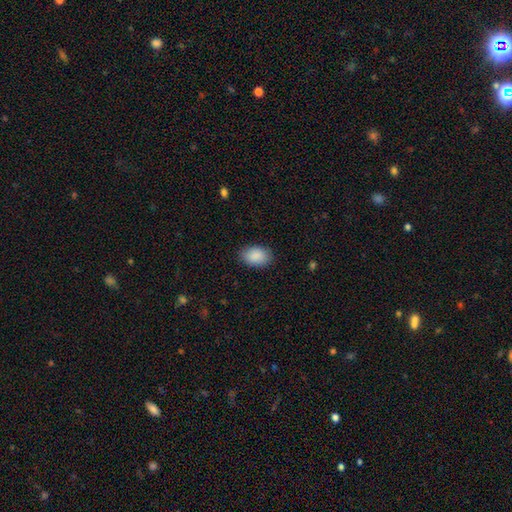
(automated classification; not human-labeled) The model was most divided on "merging": none: 86%, minor disturbance: 10%, major disturbance: 3%, merger: 1%. More confident: smooth or featured — smooth (90%); how rounded — in between (88%).